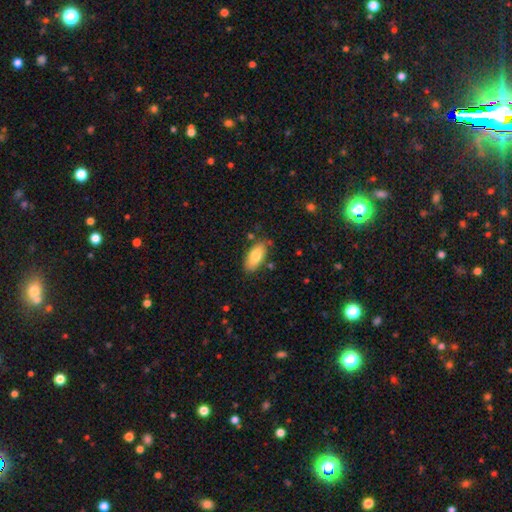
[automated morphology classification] The model was most divided on "smooth or featured": smooth: 77%, featured or disk: 17%, star or artifact: 6%. More confident: how rounded — in between (89%); merging — none (78%).